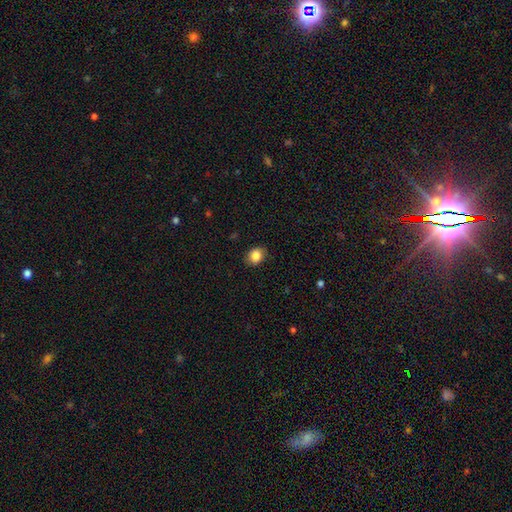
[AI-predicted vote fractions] A smooth galaxy with no disk features (86%) that is in between round and cigar-shaped (51%). Merging: none (84%).